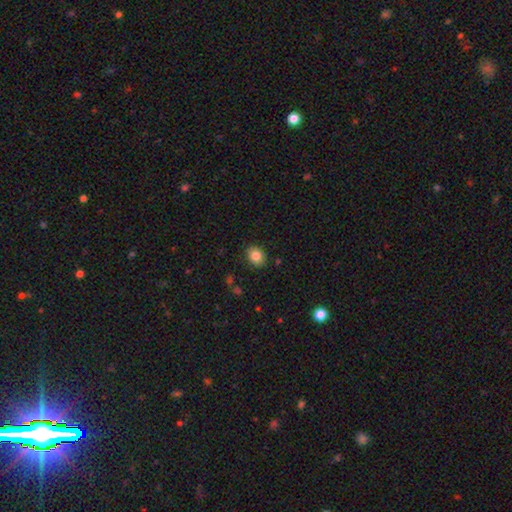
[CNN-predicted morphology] A smooth galaxy with no disk features (84%) that is round (52%). Merging: none (88%).